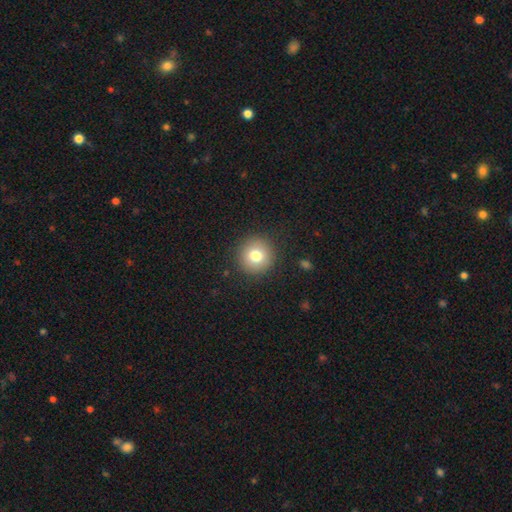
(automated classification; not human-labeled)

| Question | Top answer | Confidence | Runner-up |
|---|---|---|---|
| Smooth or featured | smooth | 78% | featured or disk (11%) |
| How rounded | round | 95% | in between (4%) |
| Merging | none | 91% | minor disturbance (6%) |